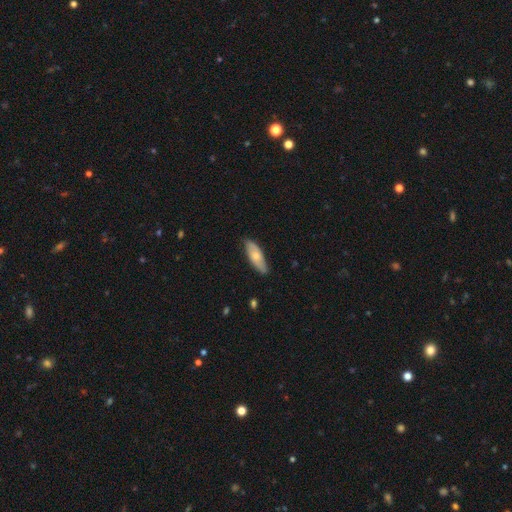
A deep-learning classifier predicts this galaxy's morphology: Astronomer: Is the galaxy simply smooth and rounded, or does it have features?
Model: smooth — 62%.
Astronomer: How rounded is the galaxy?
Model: in between — 65%.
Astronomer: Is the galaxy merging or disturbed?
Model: none — 79%.